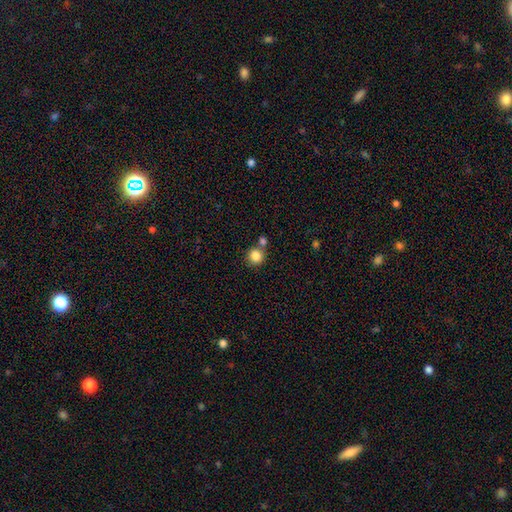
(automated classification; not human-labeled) smooth_or_featured: smooth (p=0.84) [alt: star or artifact p=0.10]
how_rounded: round (p=0.90) [alt: in between p=0.09]
merging: none (p=0.64) [alt: merger p=0.24]